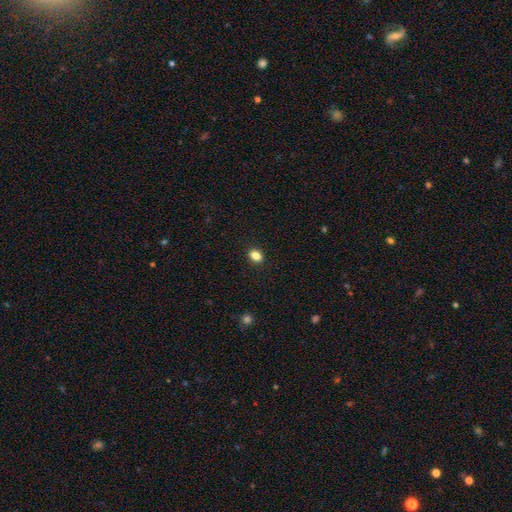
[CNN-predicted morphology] smooth 85%, star or artifact 11%, featured or disk 5%. Down the decision tree: how rounded — in between (55%); merging — none (91%).